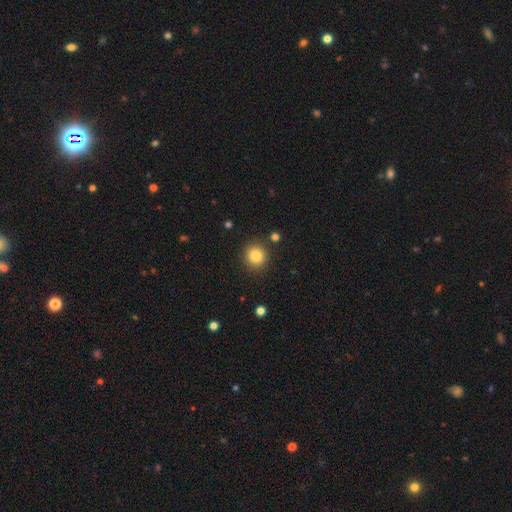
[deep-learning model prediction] Smooth or featured? smooth (84%)
How rounded? round (92%)
Merging? none (88%)